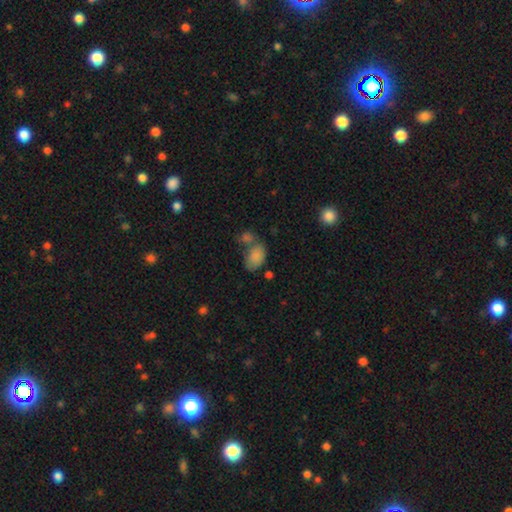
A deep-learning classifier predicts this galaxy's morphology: Smooth or featured?
  - smooth: 83% *
  - star or artifact: 9%
  - featured or disk: 8%
How rounded?
  - in between: 88% *
  - round: 10%
  - cigar-shaped: 1%
Merging?
  - none: 40% *
  - merger: 34%
  - minor disturbance: 18%
  - major disturbance: 8%